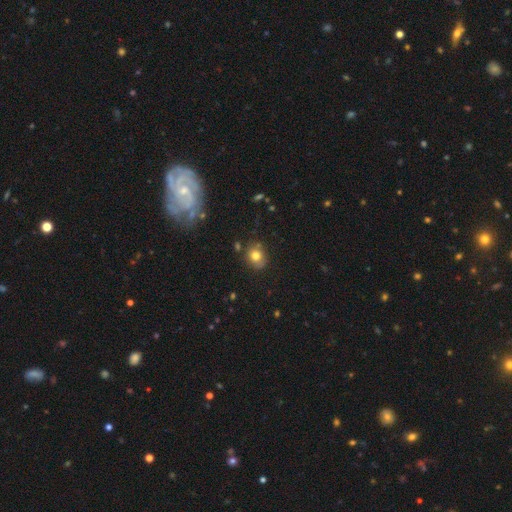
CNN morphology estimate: type=smooth (75%); roundness=round (67%); merging=none (71%).